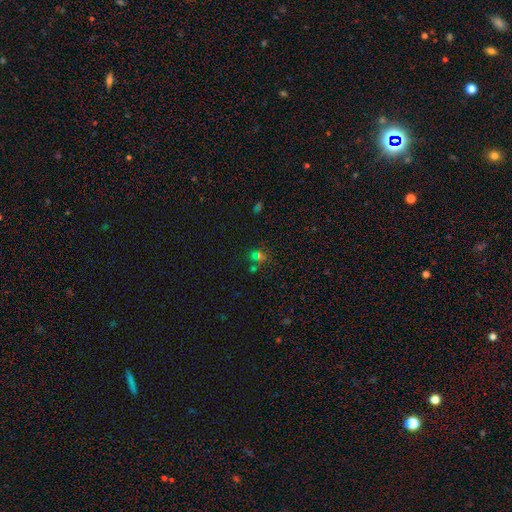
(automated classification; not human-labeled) Smooth or featured? smooth (45%)
Merging? none (55%)